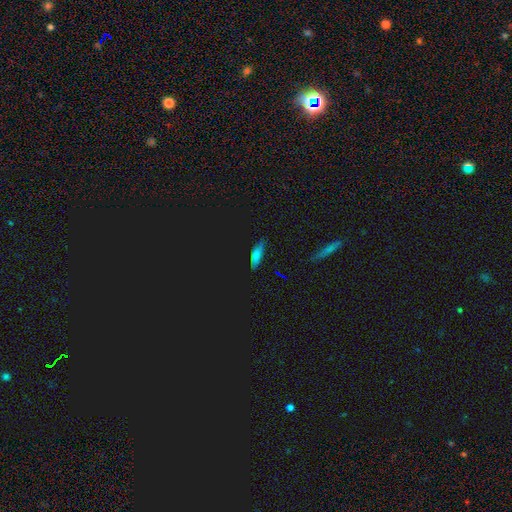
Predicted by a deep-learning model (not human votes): A smooth galaxy with no disk features (58%) that is in between round and cigar-shaped (56%).

Vote fractions:
- Smooth or featured? smooth: 58% / star or artifact: 31% / featured or disk: 11%
- How rounded? in between: 56% / cigar-shaped: 37% / round: 7%
- Merging? none: 78% / minor disturbance: 16% / major disturbance: 4% / merger: 2%